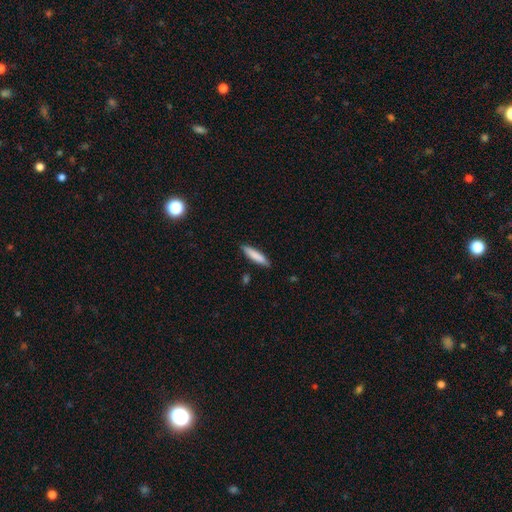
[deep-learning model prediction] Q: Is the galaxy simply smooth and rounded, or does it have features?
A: smooth — 82%.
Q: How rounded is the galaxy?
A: cigar-shaped — 83%.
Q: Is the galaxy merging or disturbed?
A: none — 86%.